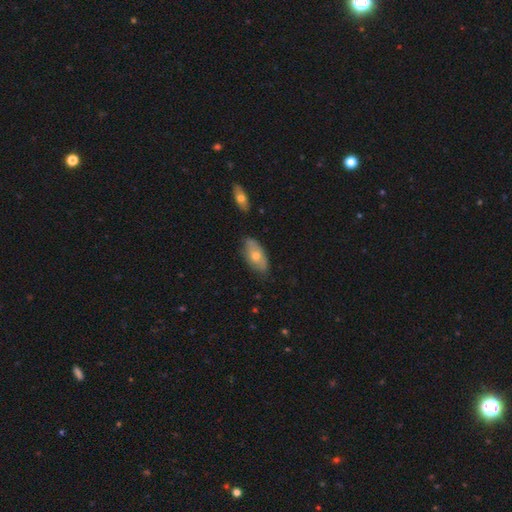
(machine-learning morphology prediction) Q: Smooth or featured?
A: smooth (55%); runner-up: featured or disk (37%)
Q: How rounded?
A: in between (88%); runner-up: cigar-shaped (7%)
Q: Merging?
A: none (77%); runner-up: minor disturbance (18%)